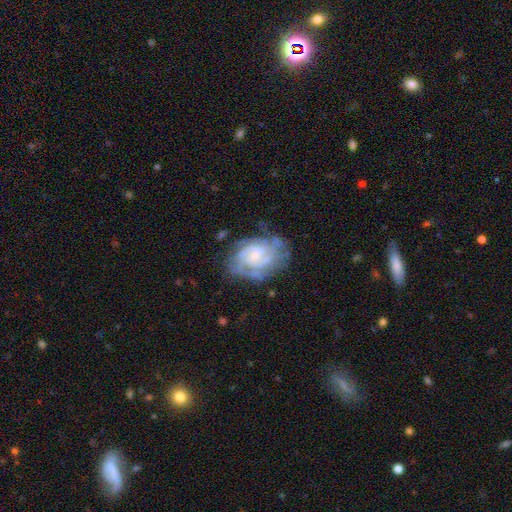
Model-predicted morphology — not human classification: type=featured or disk (82%); edge-on=no (98%); bar=no (65%); spiral arms=yes (92%); winding=tight (61%); arm count=can't tell (38%); bulge=small (65%); merging=none (61%).